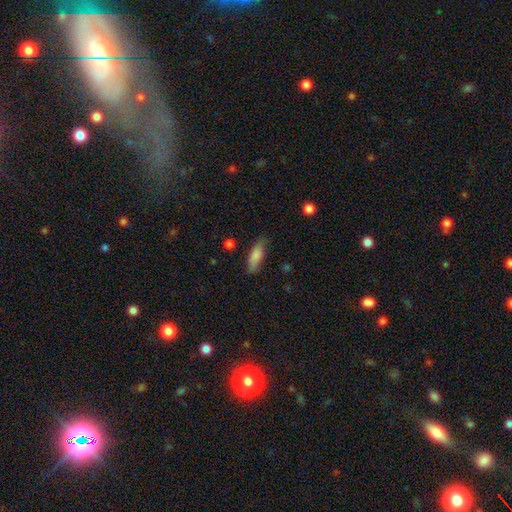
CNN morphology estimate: smooth 82%, featured or disk 11%, star or artifact 7%. Down the decision tree: how rounded — in between (60%); merging — none (74%).